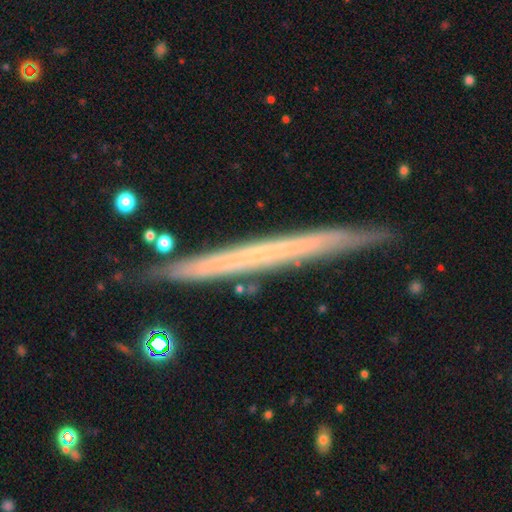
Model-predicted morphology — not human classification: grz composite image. It shows a featured or disk galaxy (64%) viewed edge-on (95%) with no central bulge (91%). Merging: none (86%).